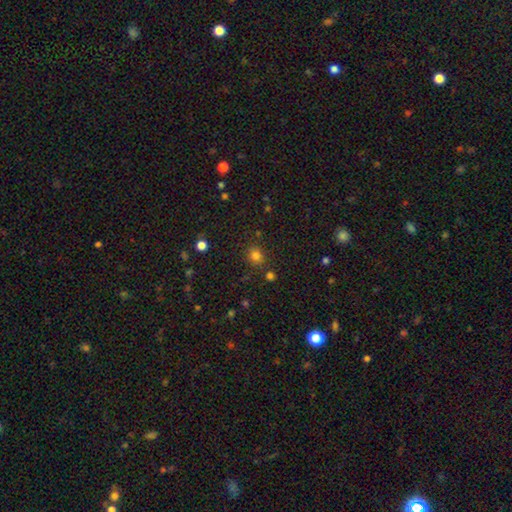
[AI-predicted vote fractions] Smooth or featured?
  - smooth: 79% *
  - star or artifact: 16%
  - featured or disk: 5%
How rounded?
  - round: 79% *
  - in between: 20%
  - cigar-shaped: 1%
Merging?
  - none: 83% *
  - minor disturbance: 9%
  - merger: 5%
  - major disturbance: 3%